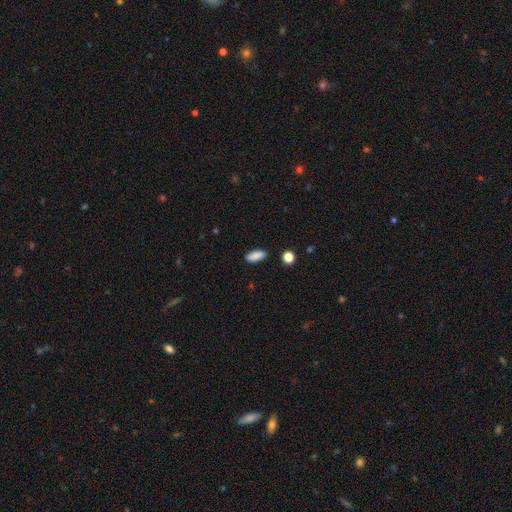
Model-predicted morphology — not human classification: Smooth or featured? Predicted: smooth (p=0.88). How rounded? Predicted: in between (p=0.82). Merging? Predicted: none (p=0.87).